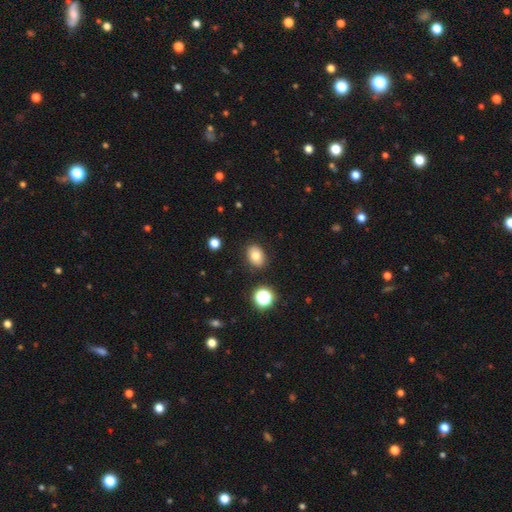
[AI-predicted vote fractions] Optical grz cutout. It shows a smooth galaxy with no disk features (77%) that is in between round and cigar-shaped (62%). Merging: none (86%).